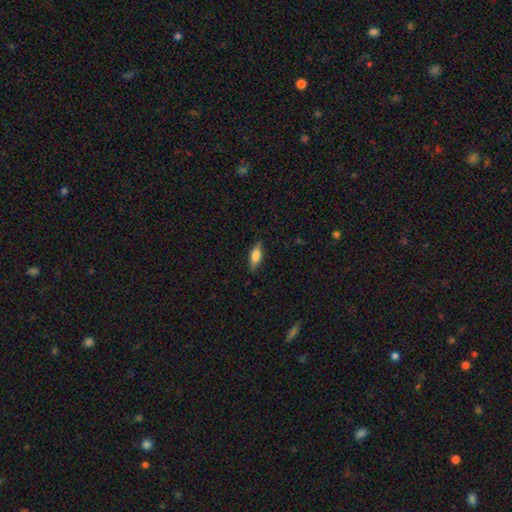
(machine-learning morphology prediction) This appears to be a smooth galaxy with no disk features (67%) that is in between round and cigar-shaped (60%). Merging: none (84%).